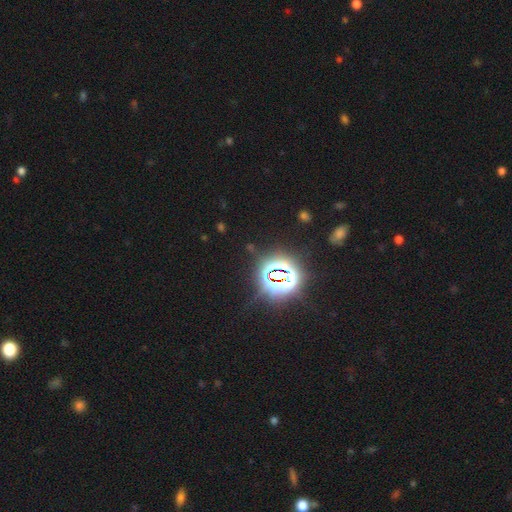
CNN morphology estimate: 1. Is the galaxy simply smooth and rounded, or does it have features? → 81% star or artifact, 12% smooth, 7% featured or disk.